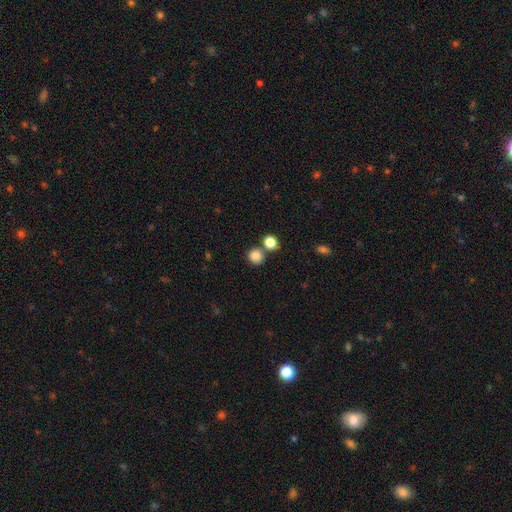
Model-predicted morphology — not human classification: smooth_or_featured: smooth (p=0.84) [alt: star or artifact p=0.11]
how_rounded: round (p=0.89) [alt: in between p=0.10]
merging: none (p=0.71) [alt: merger p=0.18]